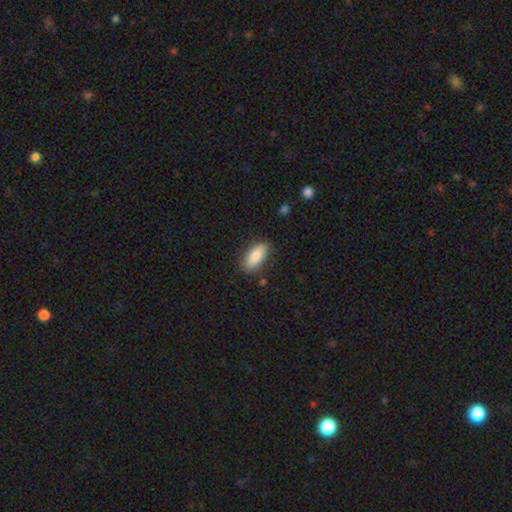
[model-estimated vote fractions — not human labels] smooth-or-featured: smooth: 84% | featured or disk: 9% | star or artifact: 7%
  how-rounded: in between: 89% | cigar-shaped: 9% | round: 3%
  merging: none: 83% | minor disturbance: 13% | major disturbance: 3% | merger: 2%